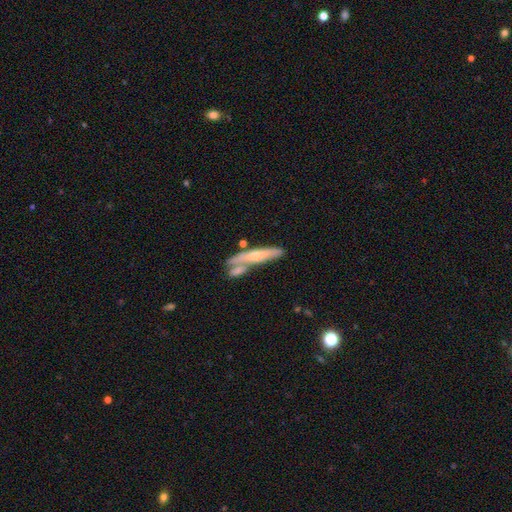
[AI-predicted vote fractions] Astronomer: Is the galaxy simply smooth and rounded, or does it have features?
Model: featured or disk — 50% (runner-up: smooth, 44%).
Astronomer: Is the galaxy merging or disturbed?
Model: none — 48% (runner-up: merger, 32%).